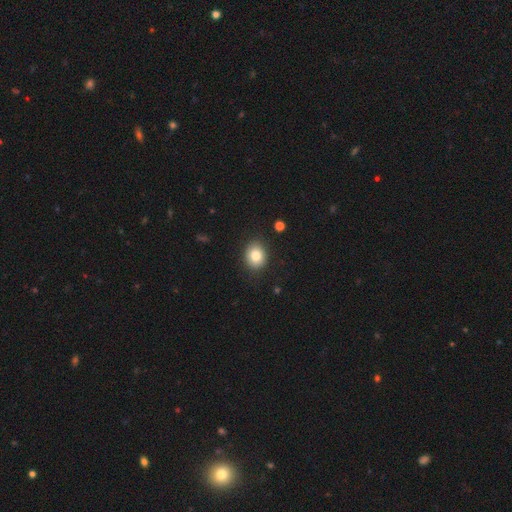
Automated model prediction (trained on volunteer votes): Morphology: type=smooth (82%); roundness=round (59%); merging=none (86%).